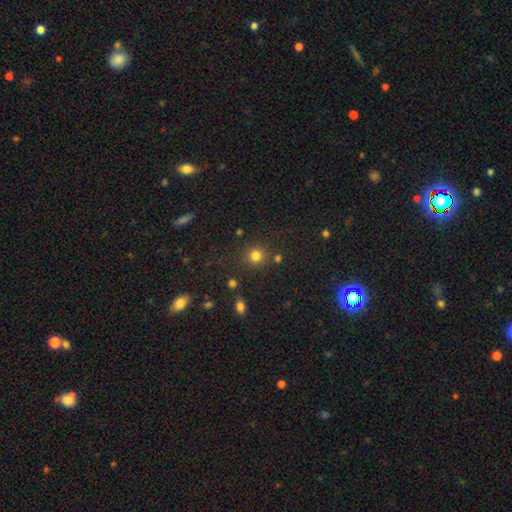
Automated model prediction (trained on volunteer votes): Overall: smooth (79%). How rounded: round (90%). Merging: none (82%).